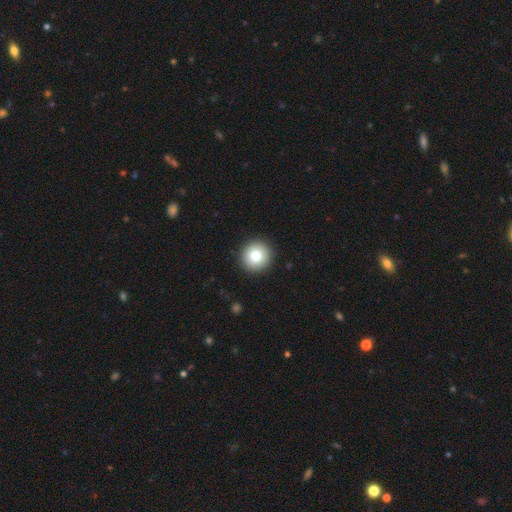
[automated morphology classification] type=smooth (79%); roundness=round (94%); merging=none (93%).